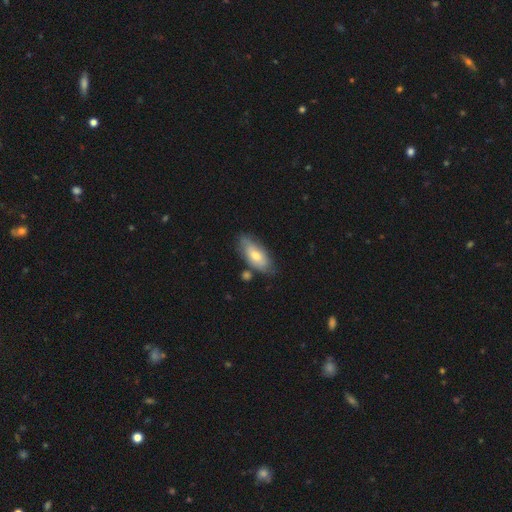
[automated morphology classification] This is likely a smooth galaxy (63%). How rounded: clearly in between (84%). Merging: likely none (71%).